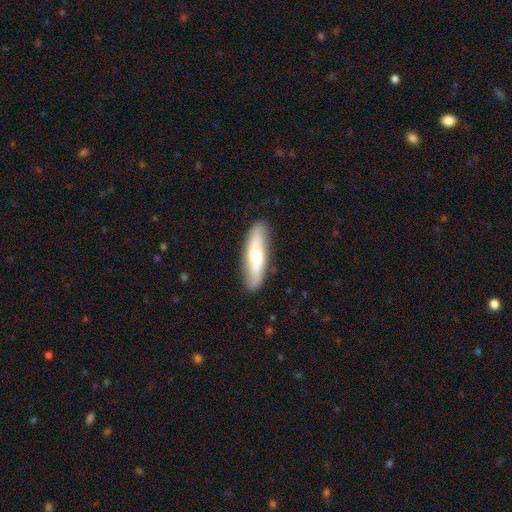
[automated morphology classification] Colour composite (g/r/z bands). It shows a smooth galaxy with no disk features (52%) that is cigar-shaped (67%). Merging: none (87%).